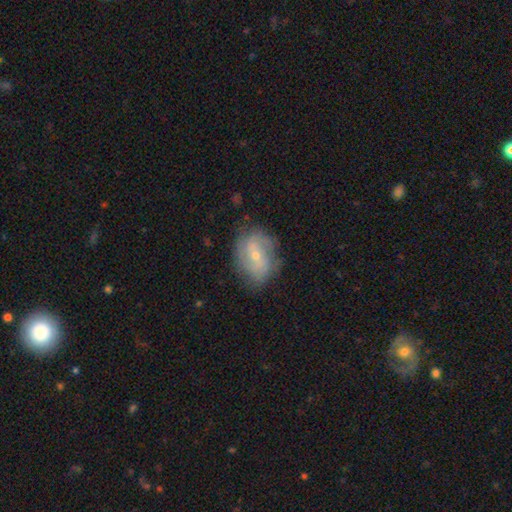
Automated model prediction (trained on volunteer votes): Q: Smooth or featured?
A: featured or disk (67%); runner-up: smooth (26%)
Q: Edge-on disk?
A: no (96%); runner-up: yes (4%)
Q: Bar?
A: no (51%); runner-up: weak (38%)
Q: Spiral arms?
A: yes (83%); runner-up: no (17%)
Q: Spiral winding?
A: medium (42%); runner-up: tight (34%)
Q: Spiral arm count?
A: 2 (51%); runner-up: can't tell (29%)
Q: Bulge size?
A: small (68%); runner-up: moderate (29%)
Q: Merging?
A: none (69%); runner-up: minor disturbance (21%)